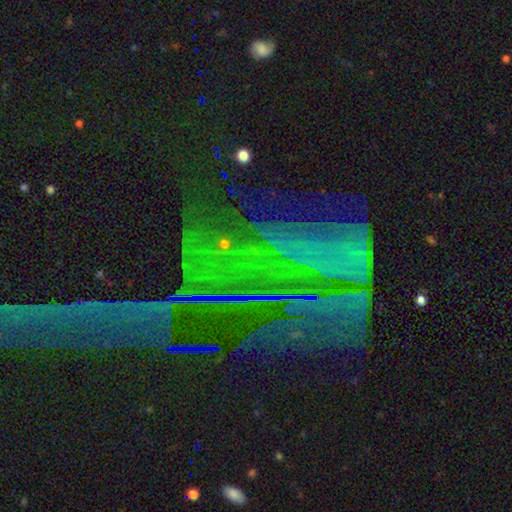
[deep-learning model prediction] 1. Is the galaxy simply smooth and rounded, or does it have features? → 81% star or artifact, 11% featured or disk, 8% smooth.